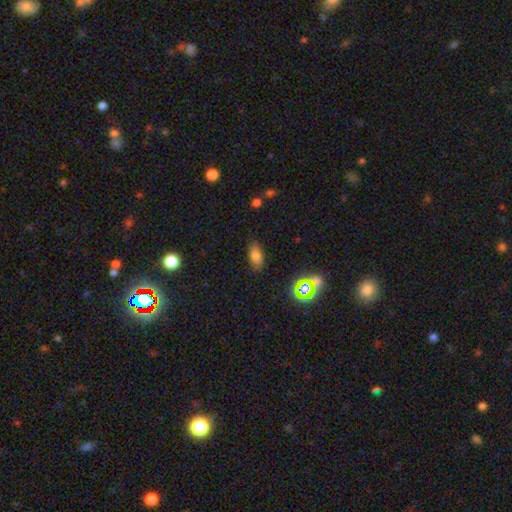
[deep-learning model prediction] This is likely a smooth galaxy (71%). How rounded: clearly in between (87%). Merging: clearly none (81%).